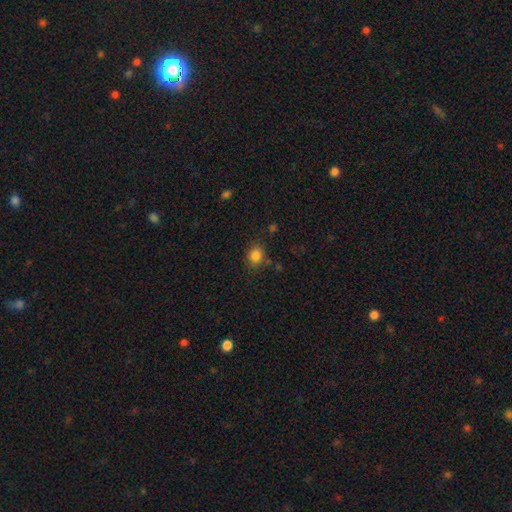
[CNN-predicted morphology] A smooth galaxy with no disk features (84%) that is round (68%).

Vote fractions:
- Smooth or featured? smooth: 84% / star or artifact: 11% / featured or disk: 5%
- How rounded? round: 68% / in between: 31% / cigar-shaped: 1%
- Merging? none: 79% / minor disturbance: 13% / major disturbance: 4% / merger: 4%